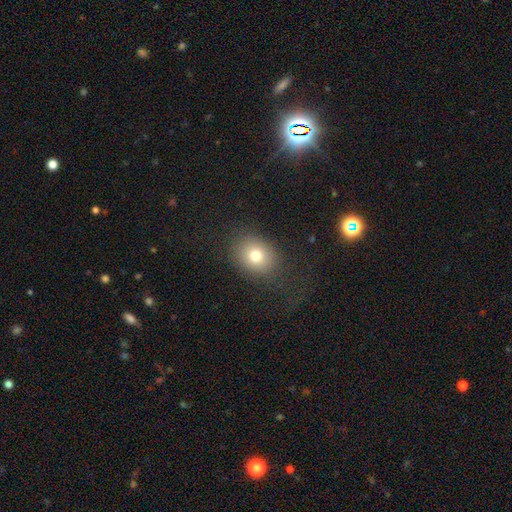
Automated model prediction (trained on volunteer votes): A smooth galaxy with no disk features (76%) that is round (53%). Merging: none (83%).